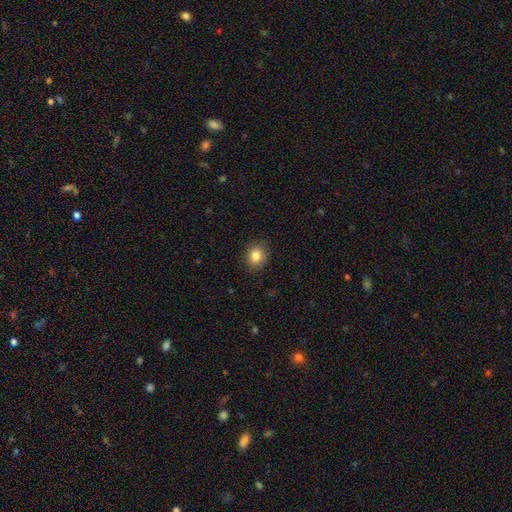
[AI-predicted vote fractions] Morphology: type=smooth (84%); roundness=round (70%); merging=none (88%).